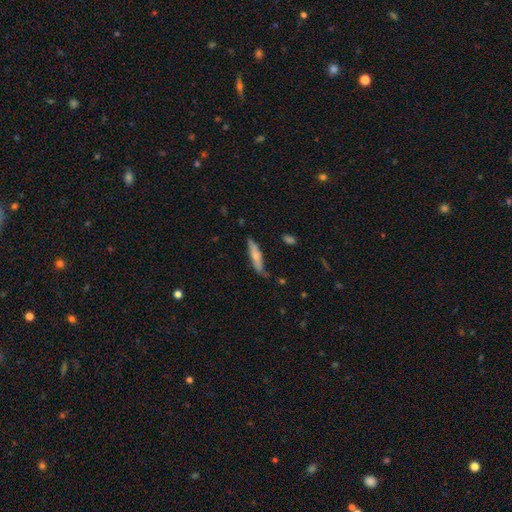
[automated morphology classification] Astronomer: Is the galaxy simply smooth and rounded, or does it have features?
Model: smooth — 66%.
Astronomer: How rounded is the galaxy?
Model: cigar-shaped — 81%.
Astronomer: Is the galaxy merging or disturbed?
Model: none — 72%.